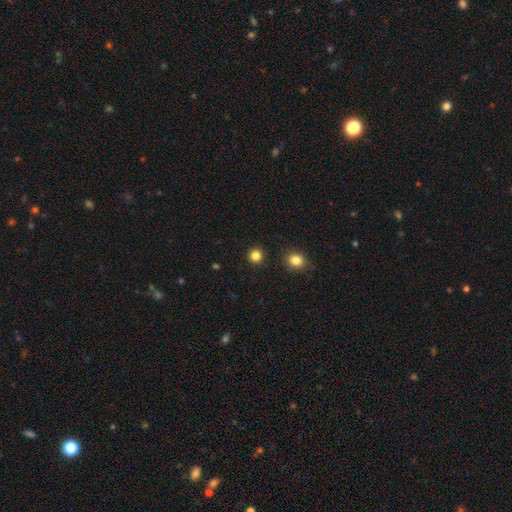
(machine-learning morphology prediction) Overall: smooth (83%). How rounded: round (94%). Merging: none (92%).